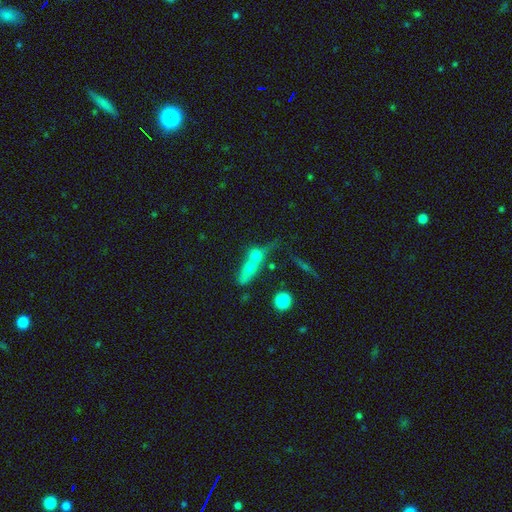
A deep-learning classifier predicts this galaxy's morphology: smooth 58%, featured or disk 30%, star or artifact 13%. Down the decision tree: how rounded — in between (39%); merging — merger (70%).